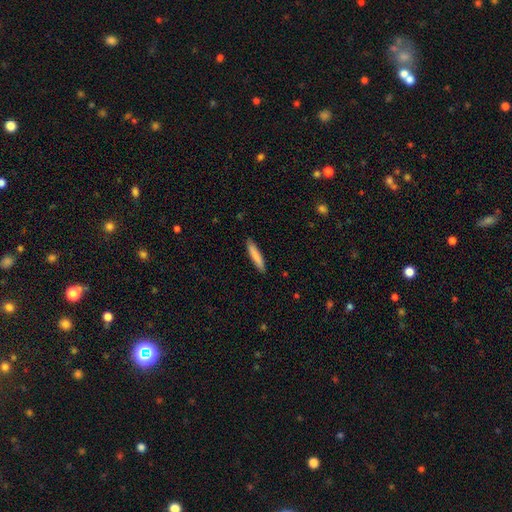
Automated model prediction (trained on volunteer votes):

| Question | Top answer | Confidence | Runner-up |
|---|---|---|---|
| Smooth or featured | smooth | 82% | featured or disk (12%) |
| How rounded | cigar-shaped | 90% | in between (9%) |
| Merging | none | 90% | minor disturbance (7%) |